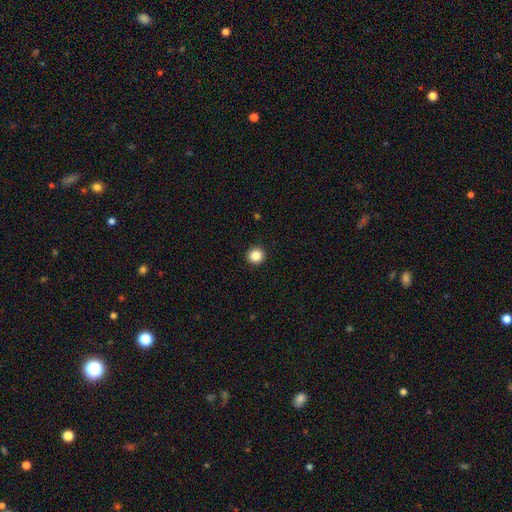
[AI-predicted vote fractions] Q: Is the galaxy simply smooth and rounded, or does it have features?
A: smooth — 86%.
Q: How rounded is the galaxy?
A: round — 94%.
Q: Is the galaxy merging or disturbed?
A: none — 94%.